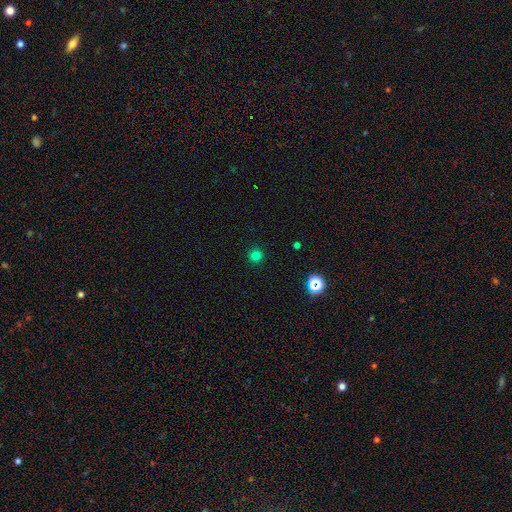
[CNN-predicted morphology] A smooth galaxy with no disk features (77%) that is round (95%). Merging: none (91%).